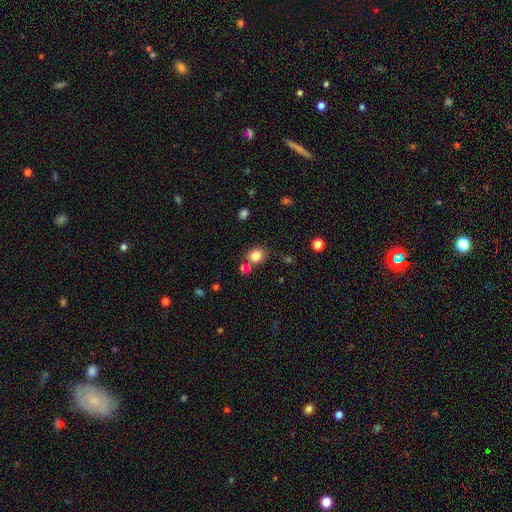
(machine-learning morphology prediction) A smooth galaxy with no disk features (82%) that is round (68%).

Vote fractions:
- Smooth or featured? smooth: 82% / star or artifact: 11% / featured or disk: 6%
- How rounded? round: 68% / in between: 31% / cigar-shaped: 1%
- Merging? none: 64% / merger: 21% / minor disturbance: 10% / major disturbance: 4%